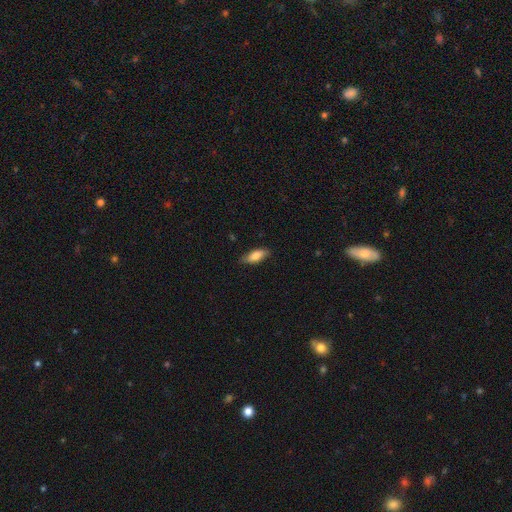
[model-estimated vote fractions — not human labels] Smooth or featured? smooth (78%)
How rounded? in between (74%)
Merging? none (82%)